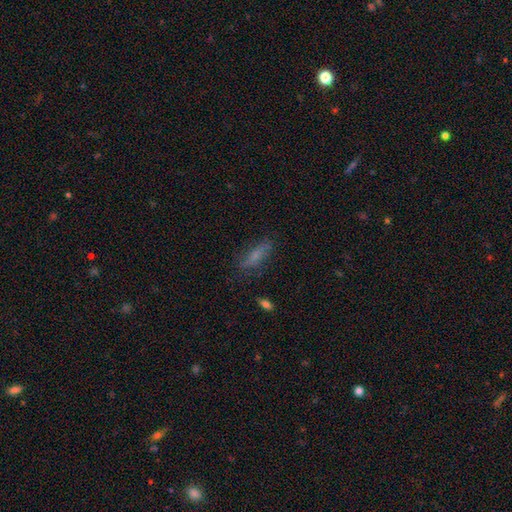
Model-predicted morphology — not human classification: type=smooth (61%); roundness=cigar-shaped (55%); merging=none (73%).